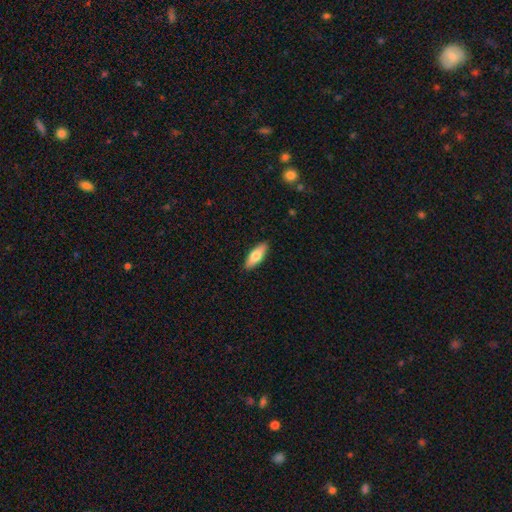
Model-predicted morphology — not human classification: Overall: smooth (72%). How rounded: in between (68%; cigar-shaped 30%). Merging: none (90%).